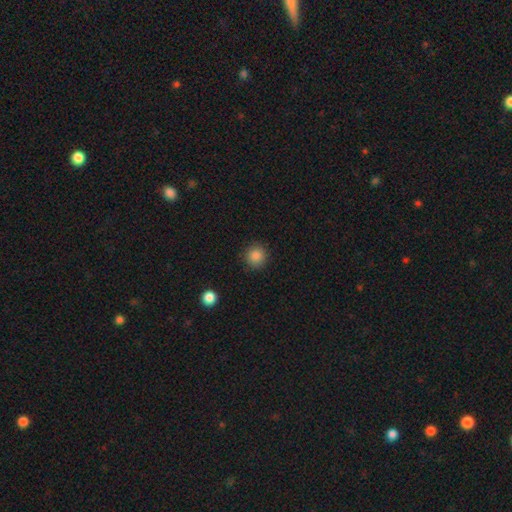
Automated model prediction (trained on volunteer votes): Overall: smooth (86%). How rounded: round (93%). Merging: none (90%).